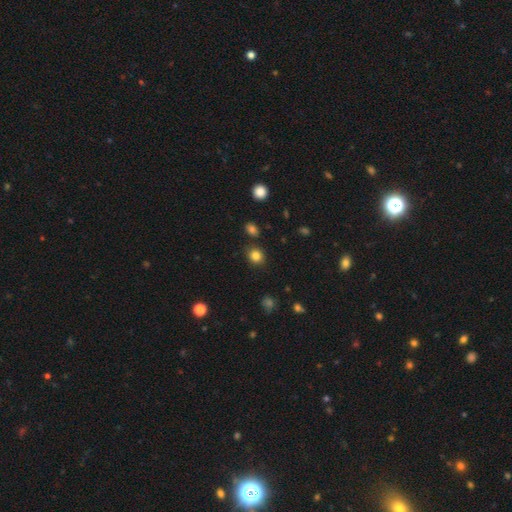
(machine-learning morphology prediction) A smooth galaxy with no disk features (83%) that is round (76%). Merging: none (84%).